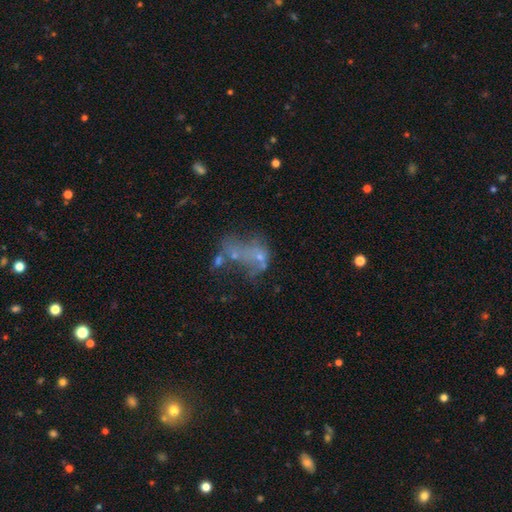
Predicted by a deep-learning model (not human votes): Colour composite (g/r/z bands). It shows a featured or disk galaxy (42%). Merging: merger (36%).